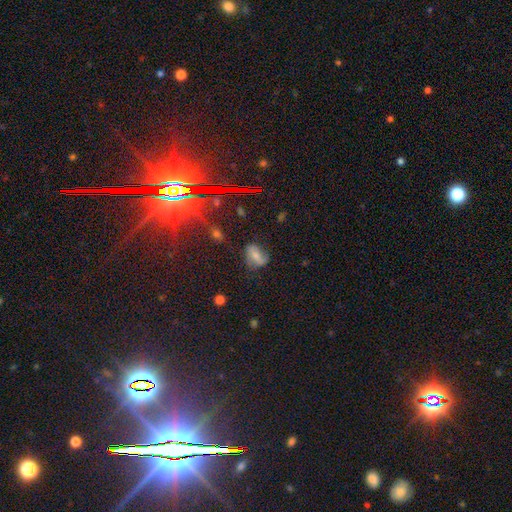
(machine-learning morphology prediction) This appears to be a smooth galaxy with no disk features (50%) that is in between round and cigar-shaped (73%). Merging: none (61%).